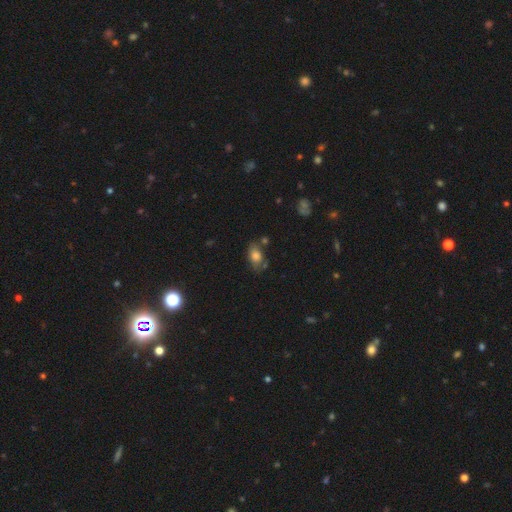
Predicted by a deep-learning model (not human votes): Overall: smooth (75%). How rounded: in between (83%). Merging: none (61%; minor disturbance 23%).